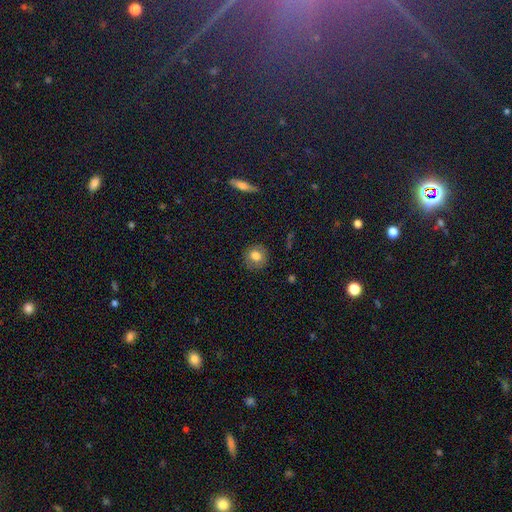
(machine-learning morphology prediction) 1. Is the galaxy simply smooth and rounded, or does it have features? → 76% smooth, 15% featured or disk, 9% star or artifact.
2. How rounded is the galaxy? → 88% round, 11% in between, 1% cigar-shaped.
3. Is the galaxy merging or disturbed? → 85% none, 11% minor disturbance, 3% major disturbance, 1% merger.